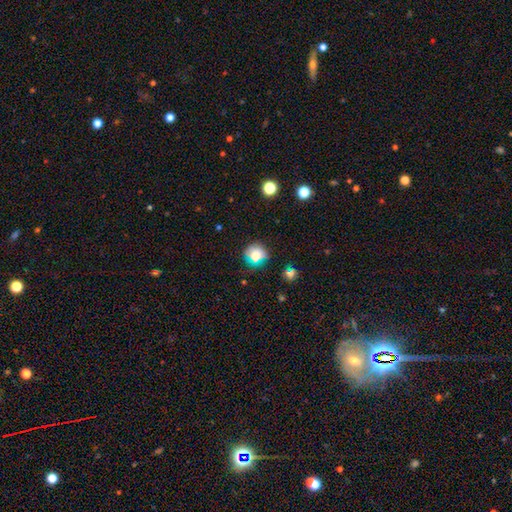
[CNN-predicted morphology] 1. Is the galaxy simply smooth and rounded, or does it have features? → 73% smooth, 17% star or artifact, 10% featured or disk.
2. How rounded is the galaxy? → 87% round, 12% in between, 1% cigar-shaped.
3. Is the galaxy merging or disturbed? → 74% none, 17% minor disturbance, 5% major disturbance, 4% merger.